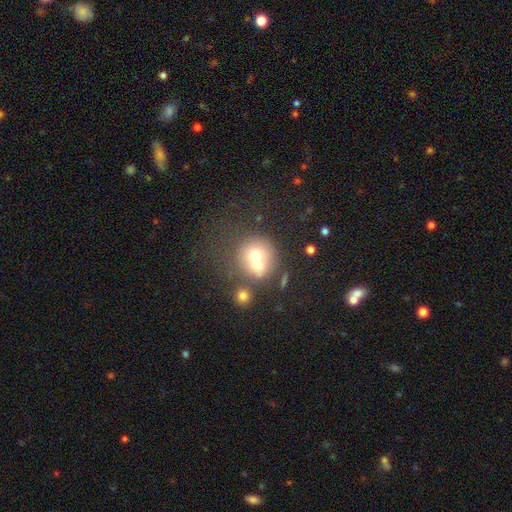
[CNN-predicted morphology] Smooth or featured? smooth (64%)
How rounded? round (86%)
Merging? merger (55%)